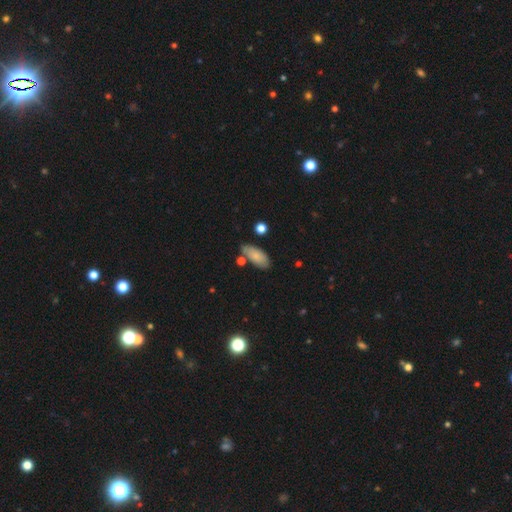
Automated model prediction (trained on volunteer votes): This is clearly a smooth galaxy (82%). How rounded: clearly in between (87%). Merging: likely none (72%).